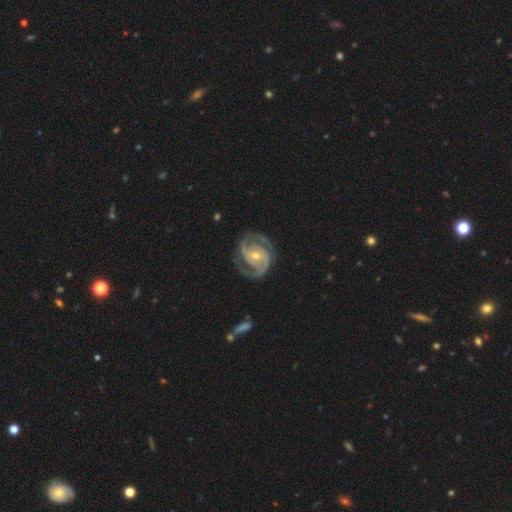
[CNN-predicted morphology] Smooth or featured: featured or disk — 92% (smooth — 4%)
Edge-on disk: no — 98% (yes — 2%)
Bar: no — 41% (weak — 40%)
Spiral arms: yes — 98% (no — 2%)
Spiral winding: medium — 46% (tight — 45%)
Spiral arm count: 2 — 78% (3 — 11%)
Bulge size: moderate — 52% (small — 45%)
Merging: none — 75% (minor disturbance — 16%)